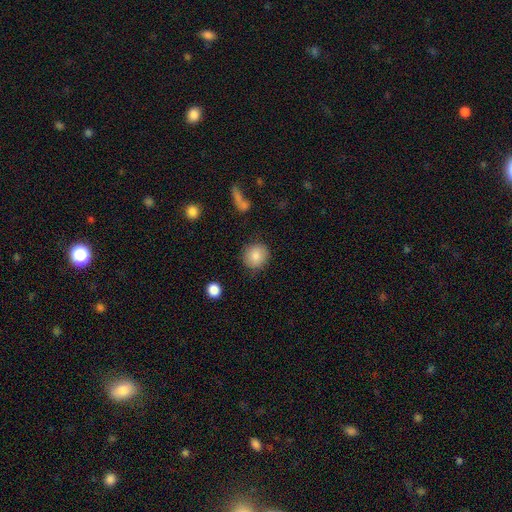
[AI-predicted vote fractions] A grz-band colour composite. It shows a smooth galaxy with no disk features (86%) that is round (87%). Merging: none (85%).